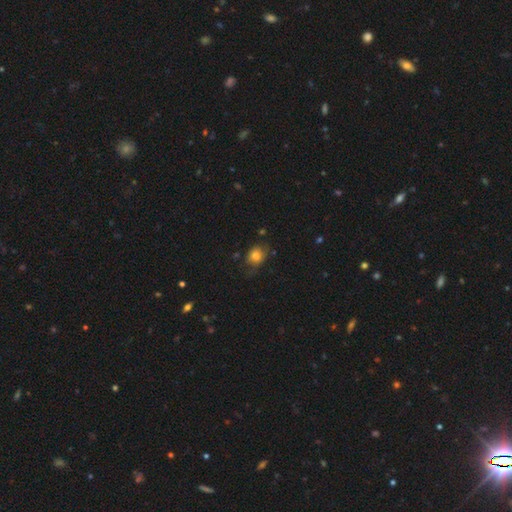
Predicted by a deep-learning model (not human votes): This is likely a smooth galaxy (79%). How rounded: possibly round (52%). Merging: possibly none (60%).